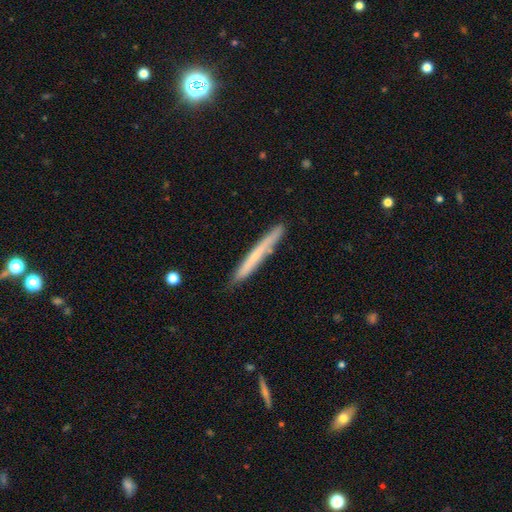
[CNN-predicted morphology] smooth-or-featured: smooth: 54% | featured or disk: 40% | star or artifact: 6%
  how-rounded: cigar-shaped: 97% | in between: 2% | round: 1%
  merging: none: 82% | minor disturbance: 14% | major disturbance: 2% | merger: 2%